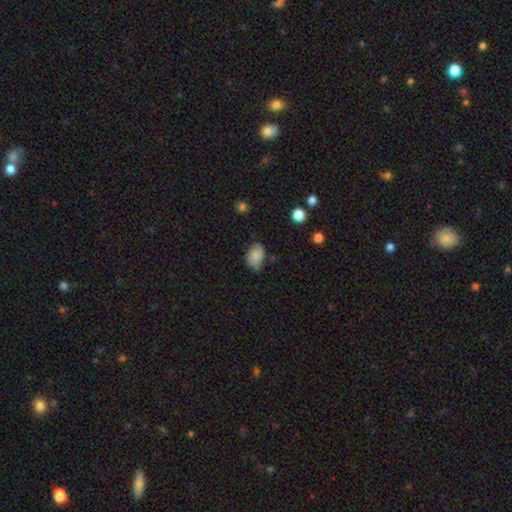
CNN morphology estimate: This is likely a smooth galaxy (73%). How rounded: clearly in between (82%). Merging: possibly none (59%).